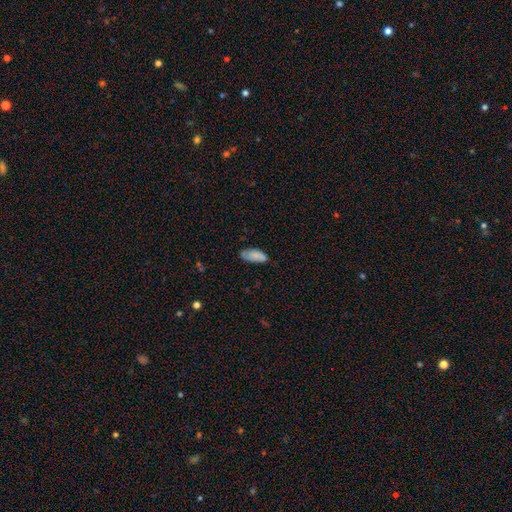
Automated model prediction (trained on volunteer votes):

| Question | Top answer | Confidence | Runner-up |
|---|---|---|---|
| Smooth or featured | smooth | 82% | featured or disk (11%) |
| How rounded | in between | 86% | cigar-shaped (12%) |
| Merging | none | 66% | minor disturbance (26%) |